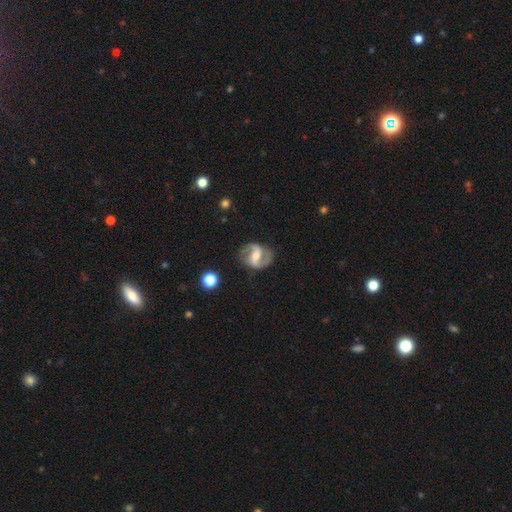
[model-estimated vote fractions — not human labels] The model was most divided on "bar": strong: 43%, weak: 40%, no: 17%. More confident: edge-on disk — no (98%); spiral arms — yes (96%); spiral arm count — 2 (93%); smooth or featured — featured or disk (87%); merging — none (83%); bulge size — moderate (55%); spiral winding — medium (52%).